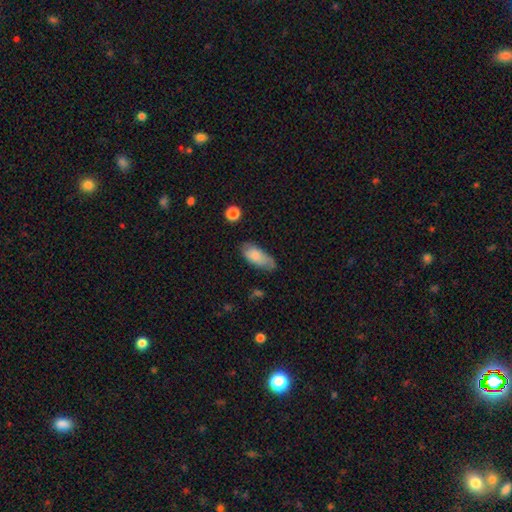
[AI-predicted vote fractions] smooth-or-featured: smooth: 76% | featured or disk: 18% | star or artifact: 7%
  how-rounded: in between: 88% | cigar-shaped: 10% | round: 3%
  merging: none: 56% | minor disturbance: 33% | major disturbance: 9% | merger: 2%